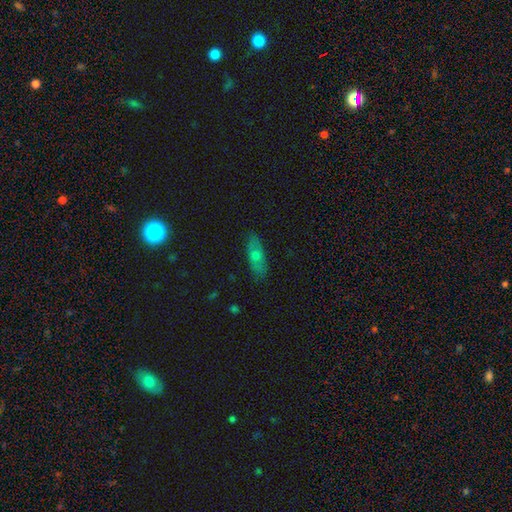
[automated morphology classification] This is possibly a smooth galaxy (57%). How rounded: likely in between (65%). Merging: clearly none (85%).